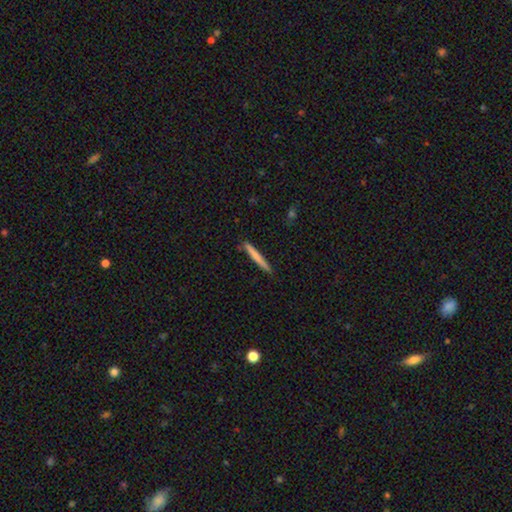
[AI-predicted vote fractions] Smooth or featured? smooth (69%)
How rounded? cigar-shaped (96%)
Merging? none (86%)